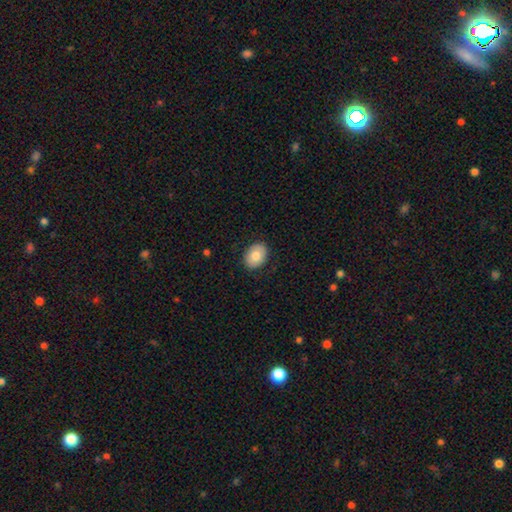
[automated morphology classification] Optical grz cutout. It shows a smooth galaxy with no disk features (79%) that is in between round and cigar-shaped (68%). Merging: none (87%).